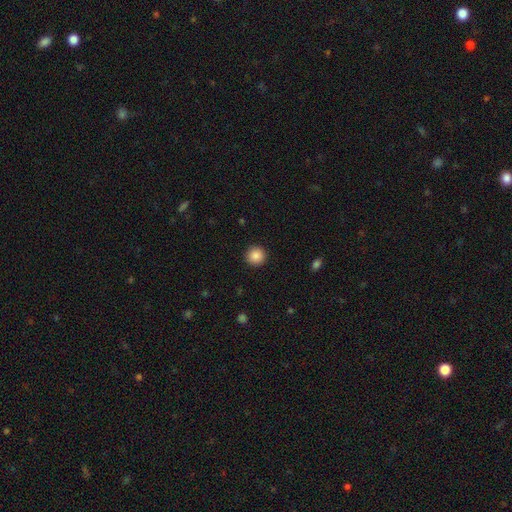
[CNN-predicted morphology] Smooth or featured? smooth (87%)
How rounded? round (95%)
Merging? none (93%)